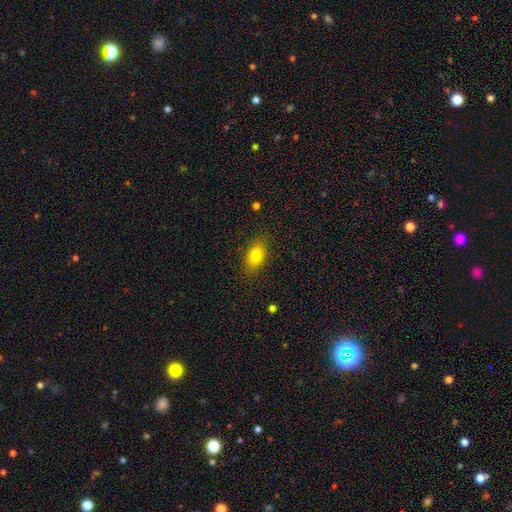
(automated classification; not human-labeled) A smooth galaxy with no disk features (80%) that is in between round and cigar-shaped (85%). Merging: none (86%).